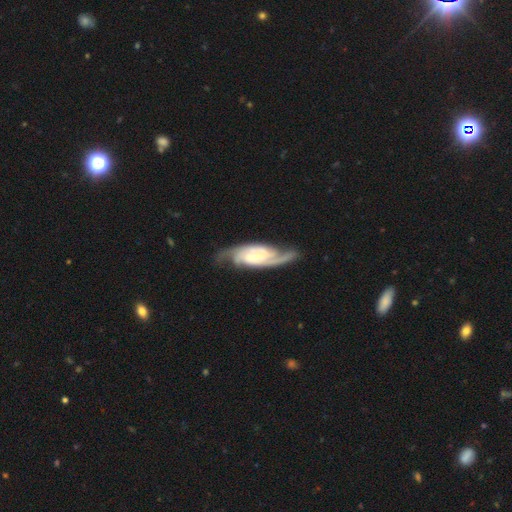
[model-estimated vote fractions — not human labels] smooth_or_featured: featured or disk (p=0.89) [alt: smooth p=0.07]
disk_edge_on: no (p=0.93) [alt: yes p=0.07]
bar: weak (p=0.39) [alt: no p=0.36]
has_spiral_arms: yes (p=0.98) [alt: no p=0.02]
spiral_winding: medium (p=0.50) [alt: tight p=0.35]
spiral_arm_count: 2 (p=0.85) [alt: 3 p=0.07]
bulge_size: small (p=0.37) [alt: none p=0.30]
merging: none (p=0.75) [alt: minor disturbance p=0.17]